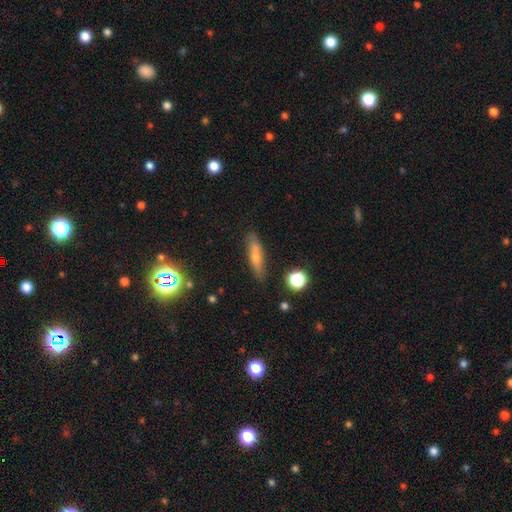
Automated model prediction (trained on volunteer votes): This appears to be a smooth galaxy with no disk features (63%) that is cigar-shaped (73%). Merging: none (81%).